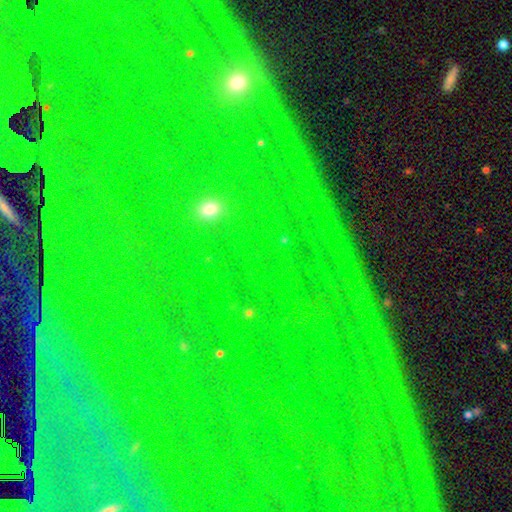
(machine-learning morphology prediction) This appears to be a star or artifact, not a galaxy (60%).